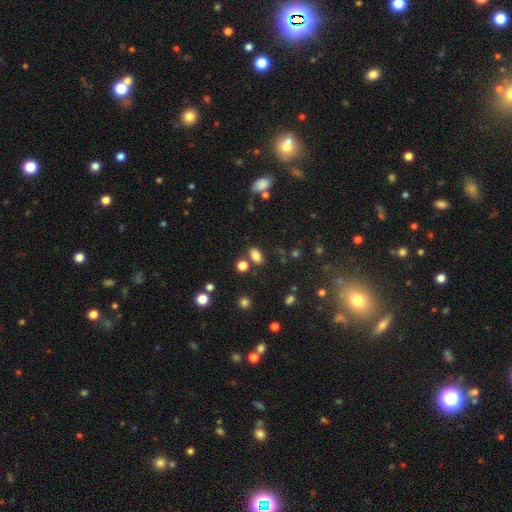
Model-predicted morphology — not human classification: Smooth or featured: smooth — 81% (star or artifact — 12%)
How rounded: in between — 89% (round — 7%)
Merging: none — 75% (minor disturbance — 12%)